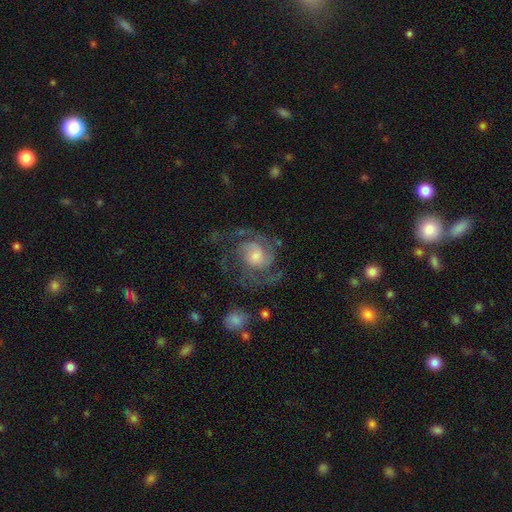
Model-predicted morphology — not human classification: featured or disk 87%, smooth 8%, star or artifact 6%. Down the decision tree: edge-on disk — no (98%); bar — no (66%); spiral arms — yes (97%); spiral arm count — 2 (51%); spiral winding — medium (48%); bulge size — moderate (49%); merging — none (67%).